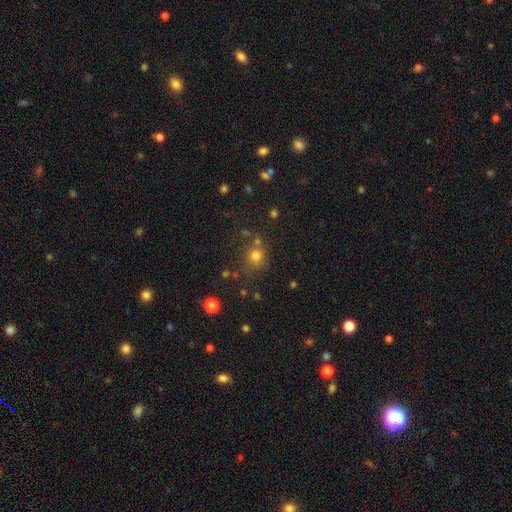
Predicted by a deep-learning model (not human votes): A smooth galaxy with no disk features (74%) that is round (81%).

Vote fractions:
- Smooth or featured? smooth: 74% / star or artifact: 18% / featured or disk: 8%
- How rounded? round: 81% / in between: 18% / cigar-shaped: 1%
- Merging? none: 68% / minor disturbance: 14% / merger: 12% / major disturbance: 6%